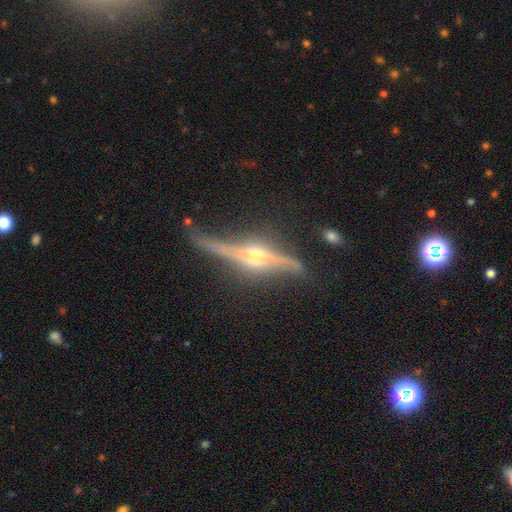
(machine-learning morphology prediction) The model was most divided on "merging": none: 69%, minor disturbance: 20%, major disturbance: 7%, merger: 3%. More confident: edge-on bulge — rounded (94%); edge-on disk — yes (89%); smooth or featured — featured or disk (89%).